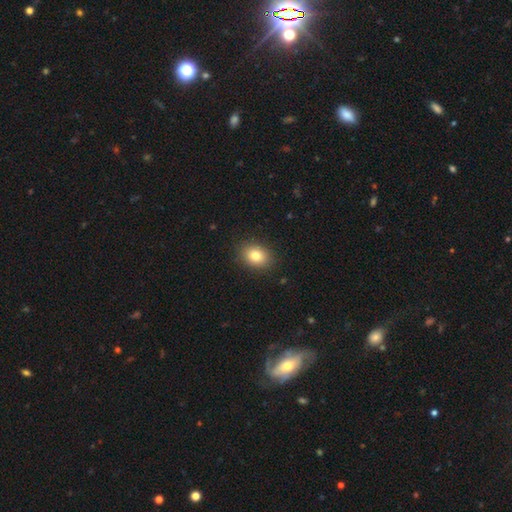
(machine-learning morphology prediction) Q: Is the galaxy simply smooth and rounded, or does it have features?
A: smooth — 81%.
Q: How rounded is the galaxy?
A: in between — 63%.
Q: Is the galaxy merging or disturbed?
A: none — 89%.